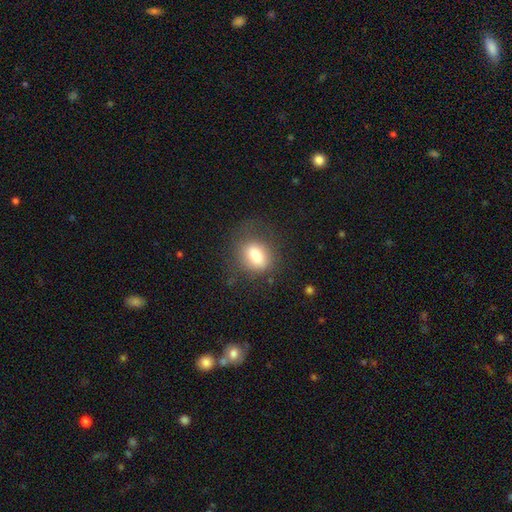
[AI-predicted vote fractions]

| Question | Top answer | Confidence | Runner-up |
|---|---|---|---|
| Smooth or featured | smooth | 77% | featured or disk (13%) |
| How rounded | in between | 59% | round (39%) |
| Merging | none | 67% | minor disturbance (19%) |